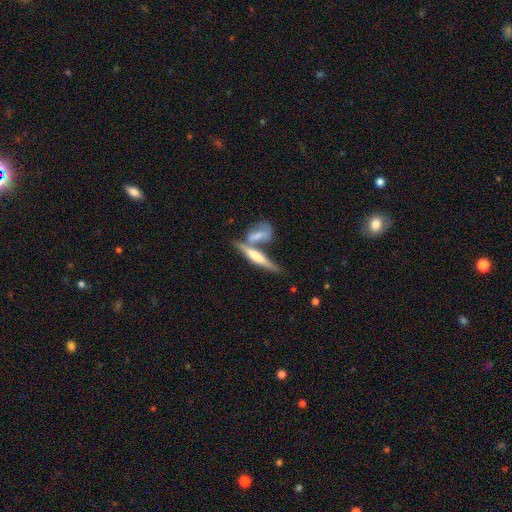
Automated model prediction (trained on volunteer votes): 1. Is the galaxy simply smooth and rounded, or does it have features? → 50% featured or disk, 43% smooth, 7% star or artifact.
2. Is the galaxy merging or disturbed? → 48% merger, 36% none, 11% minor disturbance, 5% major disturbance.